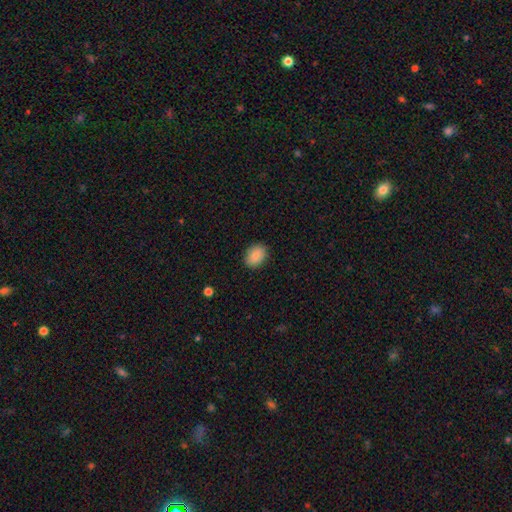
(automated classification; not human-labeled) This is clearly a smooth galaxy (87%). How rounded: likely in between (73%). Merging: clearly none (88%).